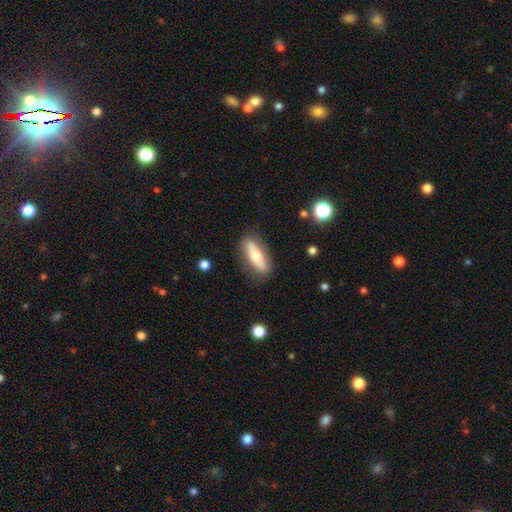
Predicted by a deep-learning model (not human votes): Q: Smooth or featured?
A: smooth (53%); runner-up: featured or disk (41%)
Q: How rounded?
A: in between (56%); runner-up: cigar-shaped (41%)
Q: Merging?
A: none (83%); runner-up: minor disturbance (12%)